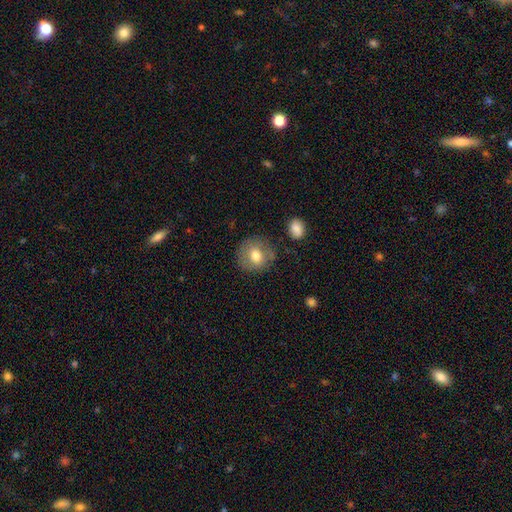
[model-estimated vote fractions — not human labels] Overall: smooth (73%). How rounded: round (86%). Merging: none (78%).